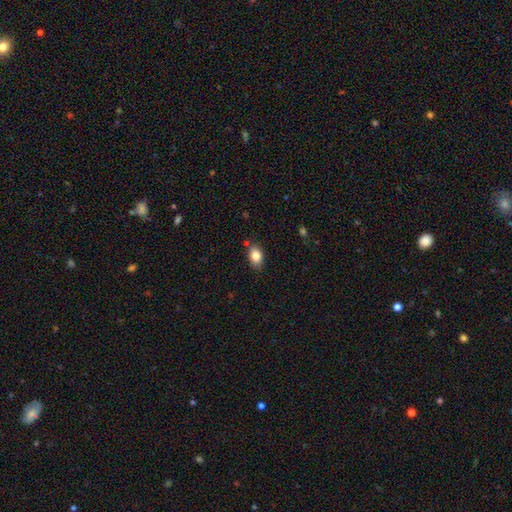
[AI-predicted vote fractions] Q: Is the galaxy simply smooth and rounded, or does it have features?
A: smooth — 84%.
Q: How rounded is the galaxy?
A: in between — 80%.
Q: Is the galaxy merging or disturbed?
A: none — 80%.